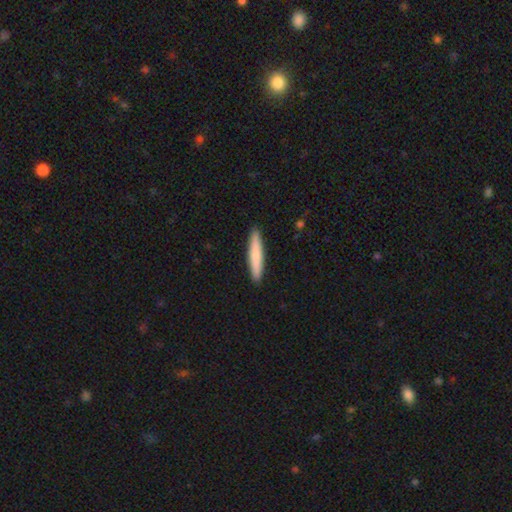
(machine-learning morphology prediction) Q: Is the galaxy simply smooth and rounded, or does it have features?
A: smooth — 77%.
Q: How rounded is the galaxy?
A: cigar-shaped — 92%.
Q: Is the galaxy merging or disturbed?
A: none — 92%.